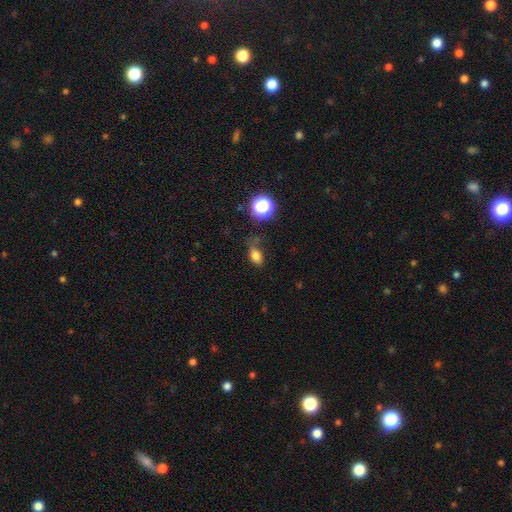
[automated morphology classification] Smooth or featured?
  - smooth: 78% *
  - star or artifact: 14%
  - featured or disk: 8%
How rounded?
  - in between: 77% *
  - round: 21%
  - cigar-shaped: 3%
Merging?
  - none: 52% *
  - minor disturbance: 28%
  - major disturbance: 15%
  - merger: 5%